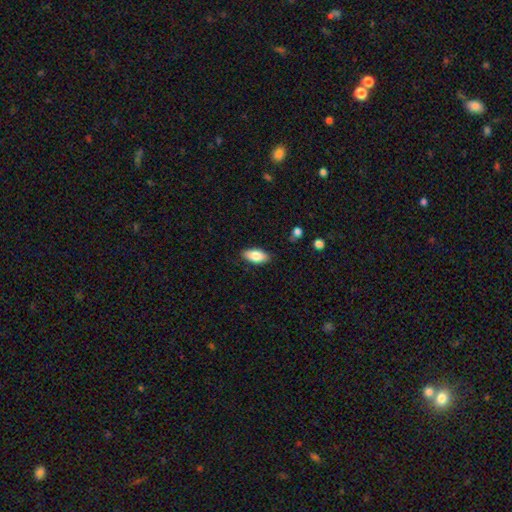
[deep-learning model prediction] This is clearly a smooth galaxy (81%). How rounded: clearly in between (90%). Merging: clearly none (85%).